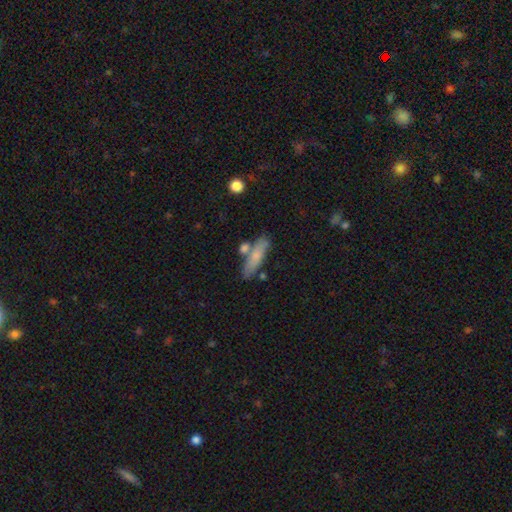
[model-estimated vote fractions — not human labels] smooth 71%, featured or disk 23%, star or artifact 7%. Down the decision tree: how rounded — cigar-shaped (72%); merging — none (67%).